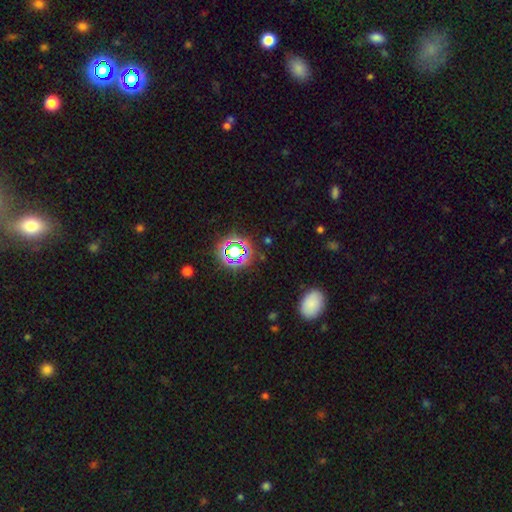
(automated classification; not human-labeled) Overall: star or artifact (66%).